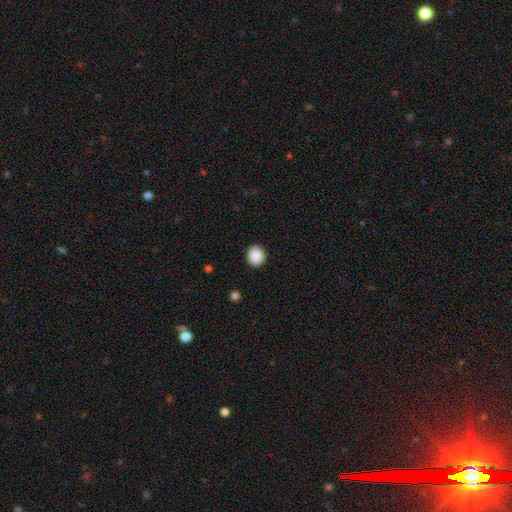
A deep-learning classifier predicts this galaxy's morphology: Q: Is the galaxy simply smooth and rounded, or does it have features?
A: smooth — 89%.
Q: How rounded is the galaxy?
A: round — 72%.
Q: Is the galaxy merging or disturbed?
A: none — 90%.